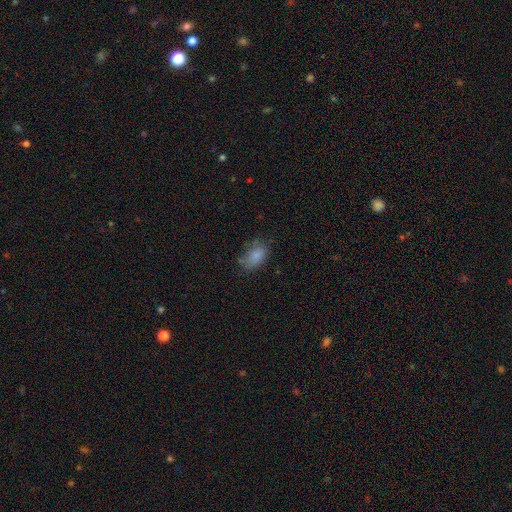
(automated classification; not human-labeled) Smooth or featured?
  - smooth: 81% *
  - star or artifact: 10%
  - featured or disk: 10%
How rounded?
  - in between: 88% *
  - round: 9%
  - cigar-shaped: 2%
Merging?
  - none: 57% *
  - minor disturbance: 28%
  - major disturbance: 12%
  - merger: 3%